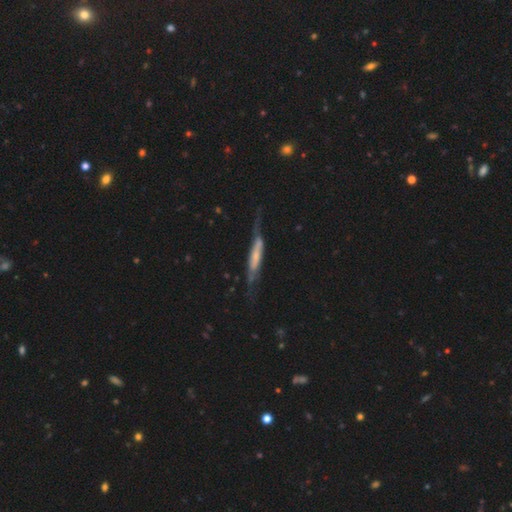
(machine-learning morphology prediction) featured or disk 62%, smooth 32%, star or artifact 6%. Down the decision tree: edge-on disk — yes (65%); merging — none (50%).